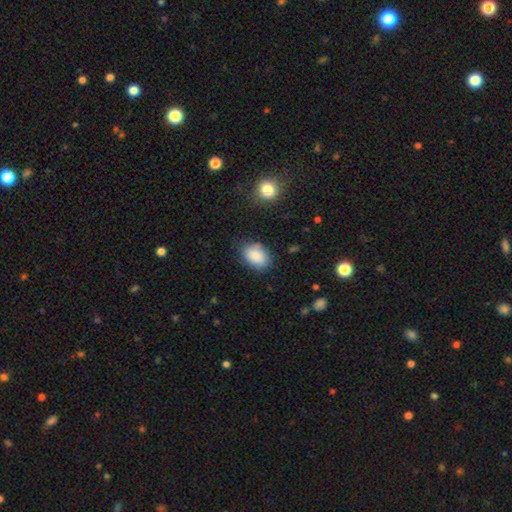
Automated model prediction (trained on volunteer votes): Smooth or featured: smooth — 86% (star or artifact — 7%)
How rounded: in between — 80% (round — 19%)
Merging: none — 75% (minor disturbance — 18%)